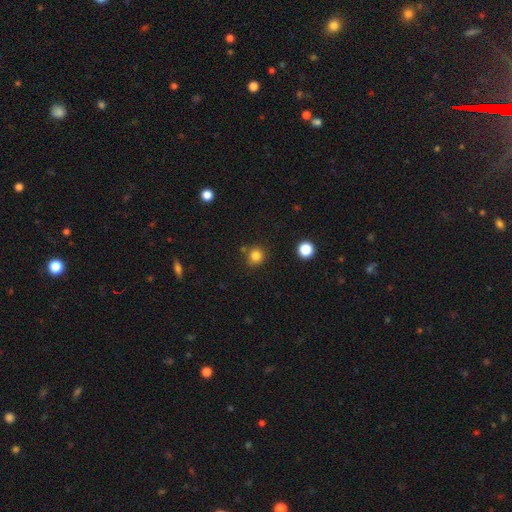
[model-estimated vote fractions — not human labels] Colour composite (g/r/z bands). It shows a smooth galaxy with no disk features (82%) that is round (91%). Merging: none (80%).